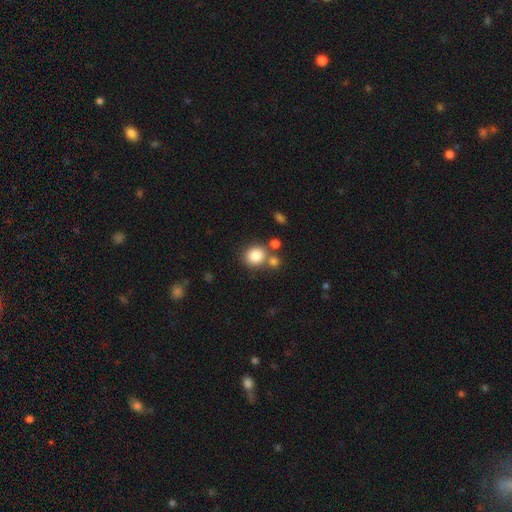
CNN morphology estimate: smooth_or_featured: smooth (p=0.83) [alt: star or artifact p=0.10]
how_rounded: round (p=0.80) [alt: in between p=0.19]
merging: none (p=0.65) [alt: merger p=0.20]